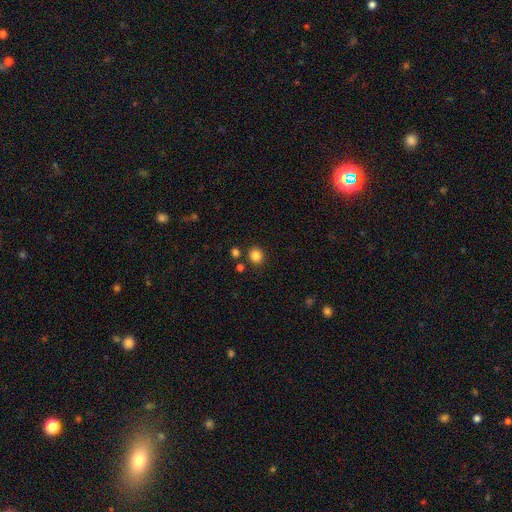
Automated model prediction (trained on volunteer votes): Overall: smooth (85%). How rounded: round (76%). Merging: none (84%).